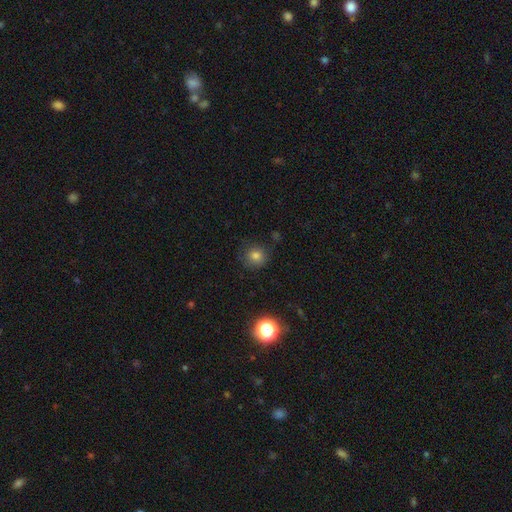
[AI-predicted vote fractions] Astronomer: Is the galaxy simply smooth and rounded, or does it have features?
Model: smooth — 78%.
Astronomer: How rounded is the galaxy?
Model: round — 87%.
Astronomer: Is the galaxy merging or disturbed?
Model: none — 79%.